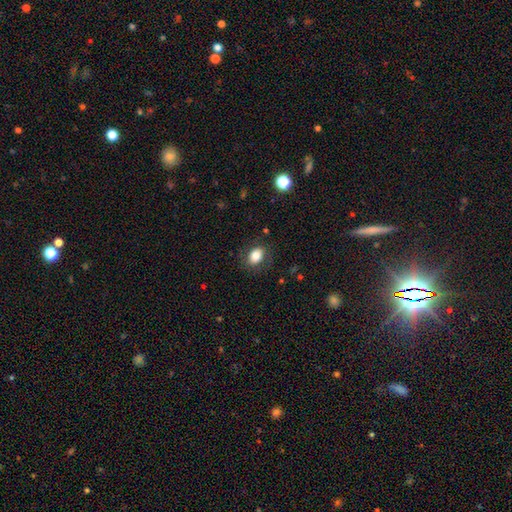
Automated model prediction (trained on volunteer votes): smooth_or_featured: smooth (p=0.81) [alt: featured or disk p=0.10]
how_rounded: in between (p=0.75) [alt: round p=0.24]
merging: none (p=0.82) [alt: minor disturbance p=0.12]